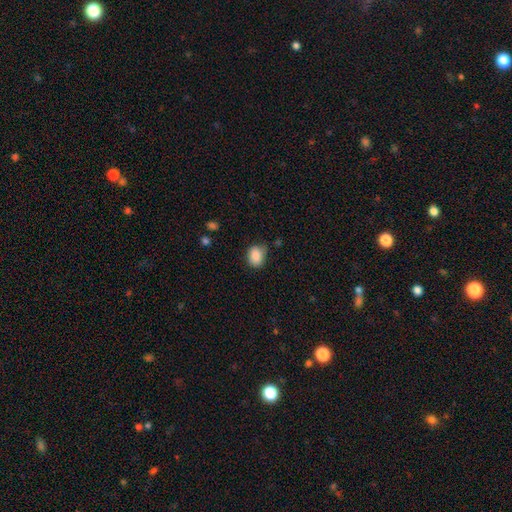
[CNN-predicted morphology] Smooth or featured?
  - smooth: 87% *
  - star or artifact: 8%
  - featured or disk: 5%
How rounded?
  - in between: 59% *
  - round: 40%
  - cigar-shaped: 1%
Merging?
  - none: 67% *
  - minor disturbance: 25%
  - major disturbance: 5%
  - merger: 3%